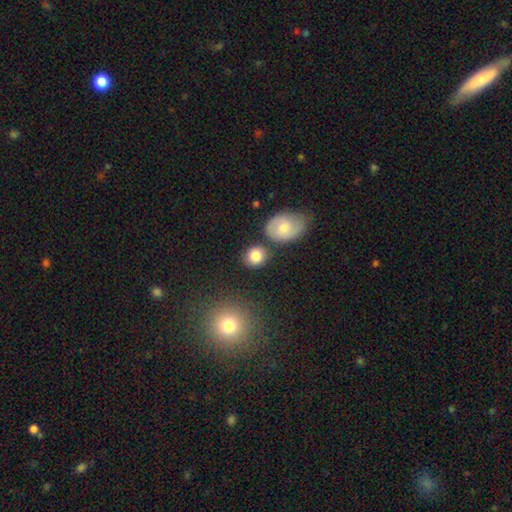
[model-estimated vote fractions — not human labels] Q: Smooth or featured?
A: smooth (83%); runner-up: star or artifact (9%)
Q: How rounded?
A: round (73%); runner-up: in between (25%)
Q: Merging?
A: none (73%); runner-up: minor disturbance (12%)